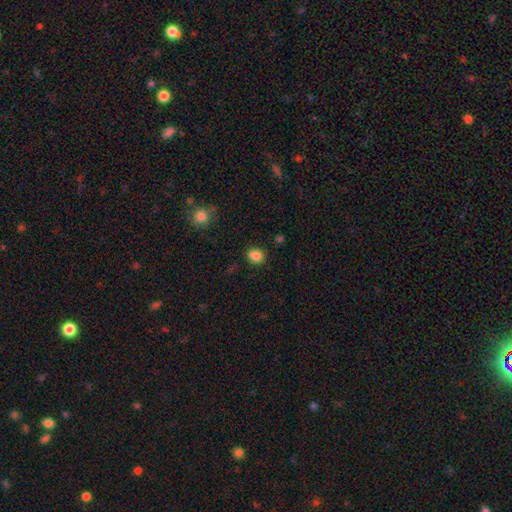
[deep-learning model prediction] Morphology: type=smooth (82%); roundness=round (76%); merging=none (69%).